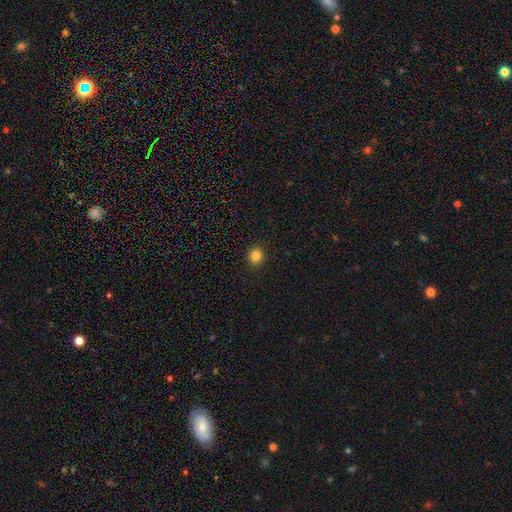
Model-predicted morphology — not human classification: Smooth or featured? smooth (83%)
How rounded? round (84%)
Merging? none (92%)